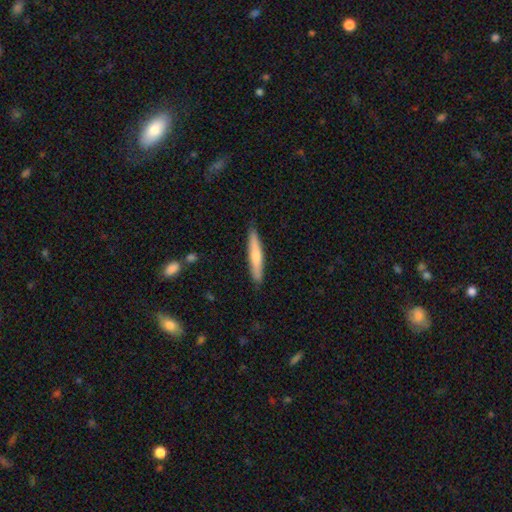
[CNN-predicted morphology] smooth_or_featured: smooth (p=0.61) [alt: featured or disk p=0.34]
how_rounded: cigar-shaped (p=0.92) [alt: in between p=0.06]
merging: none (p=0.89) [alt: minor disturbance p=0.09]